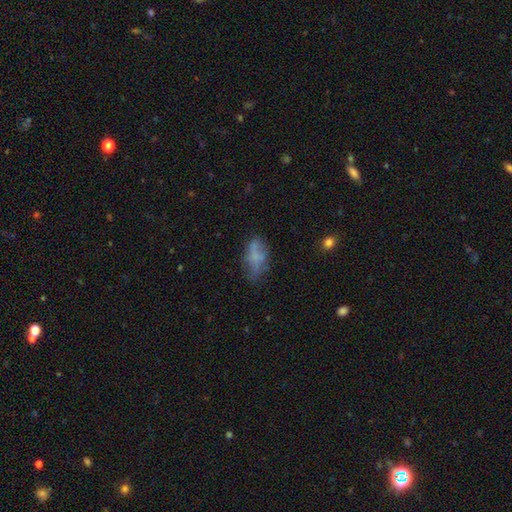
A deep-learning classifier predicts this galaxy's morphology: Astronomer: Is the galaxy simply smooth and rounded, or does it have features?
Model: smooth — 55% (runner-up: featured or disk, 32%).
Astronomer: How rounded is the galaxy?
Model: in between — 87%.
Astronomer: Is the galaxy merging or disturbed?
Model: none — 47% (runner-up: minor disturbance, 28%).